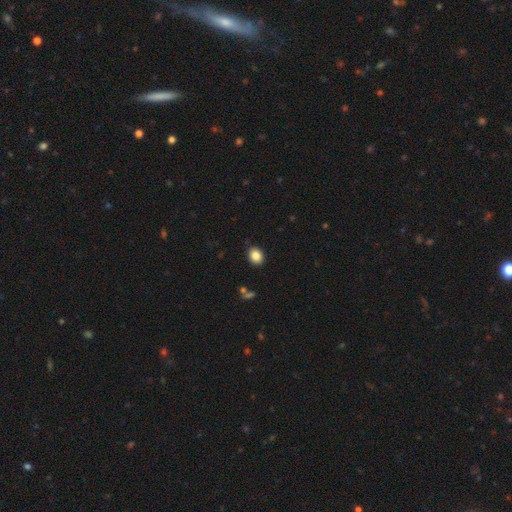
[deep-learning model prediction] This appears to be a smooth galaxy with no disk features (85%) that is round (51%). Merging: none (88%).